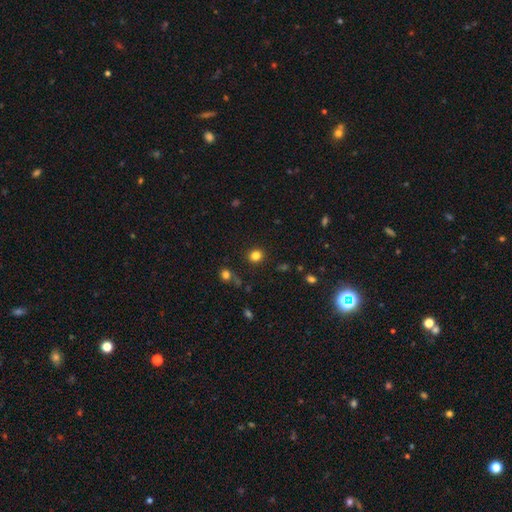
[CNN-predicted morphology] A smooth galaxy with no disk features (81%) that is round (84%).

Vote fractions:
- Smooth or featured? smooth: 81% / star or artifact: 14% / featured or disk: 5%
- How rounded? round: 84% / in between: 15% / cigar-shaped: 1%
- Merging? none: 89% / minor disturbance: 7% / major disturbance: 2% / merger: 2%